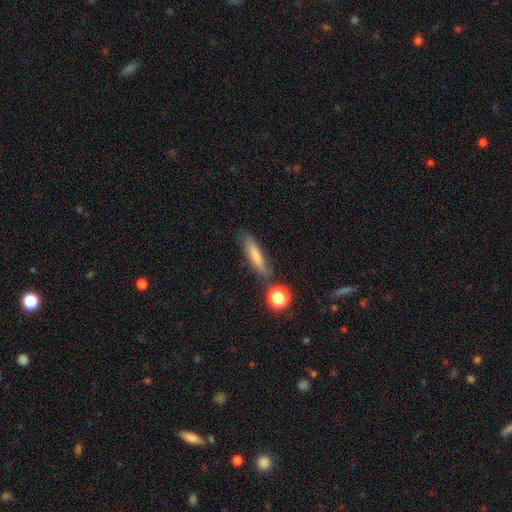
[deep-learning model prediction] The model was most divided on "merging": none: 69%, minor disturbance: 18%, merger: 7%, major disturbance: 6%. More confident: how rounded — cigar-shaped (78%); smooth or featured — smooth (71%).